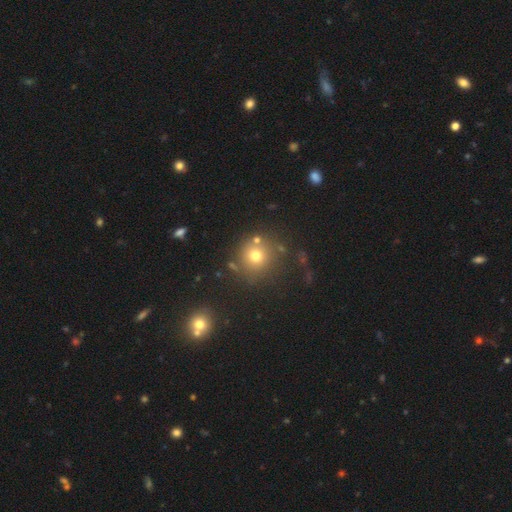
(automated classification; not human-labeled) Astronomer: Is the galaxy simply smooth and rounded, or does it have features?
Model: smooth — 72%.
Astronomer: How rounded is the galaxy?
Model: round — 91%.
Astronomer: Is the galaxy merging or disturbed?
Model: none — 76%.